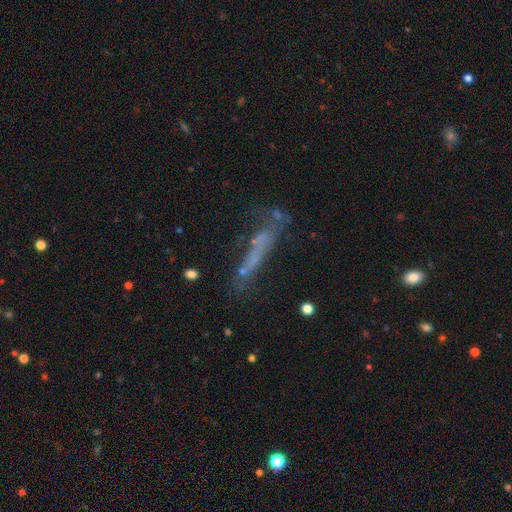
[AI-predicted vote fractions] smooth_or_featured: featured or disk (p=0.43) [alt: smooth p=0.38]
merging: none (p=0.42) [alt: major disturbance p=0.26]